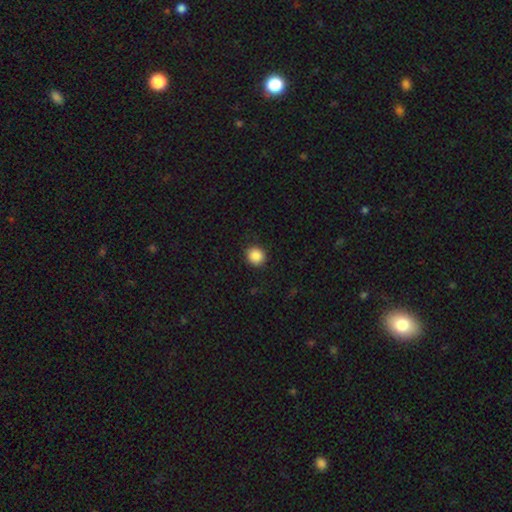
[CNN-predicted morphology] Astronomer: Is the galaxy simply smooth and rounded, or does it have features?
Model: smooth — 88%.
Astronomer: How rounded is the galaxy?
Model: round — 89%.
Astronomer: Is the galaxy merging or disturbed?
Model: none — 90%.